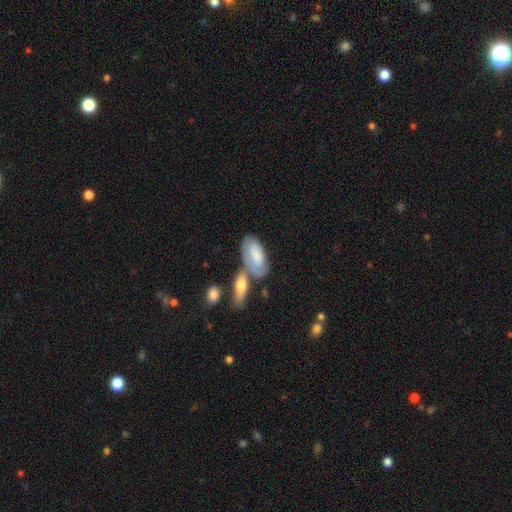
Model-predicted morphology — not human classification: smooth-or-featured: smooth: 69% | featured or disk: 25% | star or artifact: 5%
  how-rounded: in between: 89% | cigar-shaped: 9% | round: 2%
  merging: merger: 40% | none: 36% | minor disturbance: 17% | major disturbance: 7%